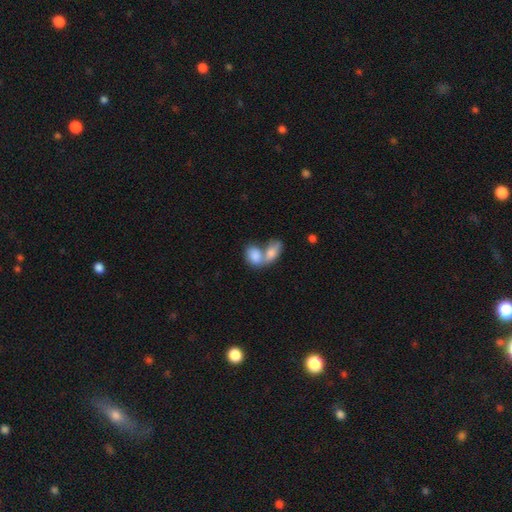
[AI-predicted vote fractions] smooth 80%, featured or disk 13%, star or artifact 6%. Down the decision tree: how rounded — in between (85%); merging — merger (72%).